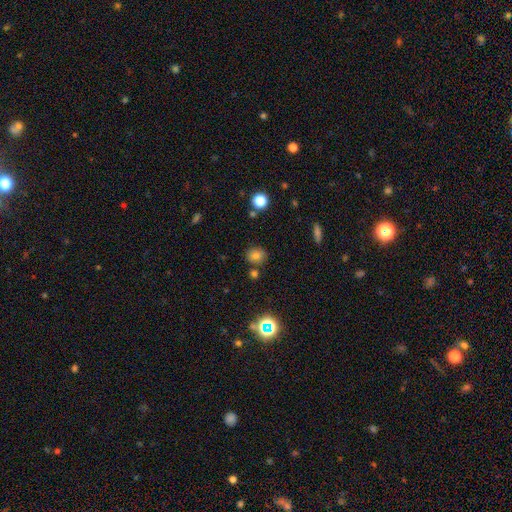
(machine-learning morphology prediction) type=smooth (71%); roundness=round (73%); merging=none (79%).